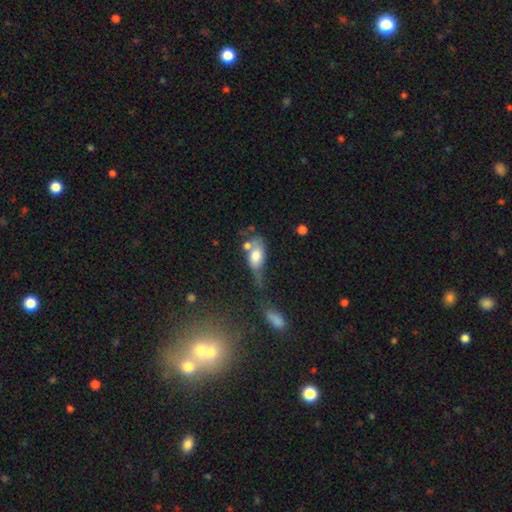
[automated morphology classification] Q: Smooth or featured?
A: smooth (66%); runner-up: featured or disk (26%)
Q: How rounded?
A: in between (85%); runner-up: cigar-shaped (9%)
Q: Merging?
A: minor disturbance (26%); tied with: merger (26%)